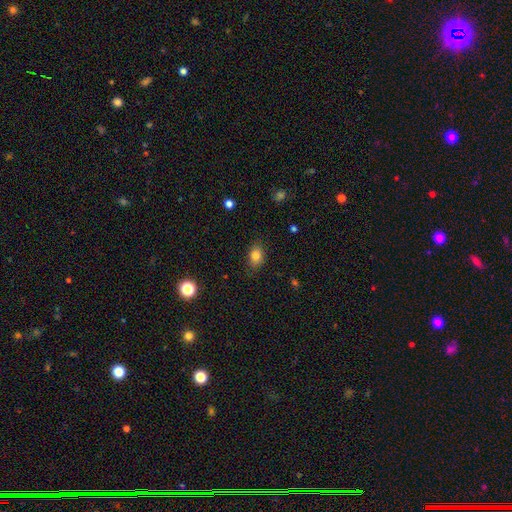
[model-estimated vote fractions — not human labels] This appears to be a smooth galaxy with no disk features (82%) that is in between round and cigar-shaped (73%). Merging: none (83%).